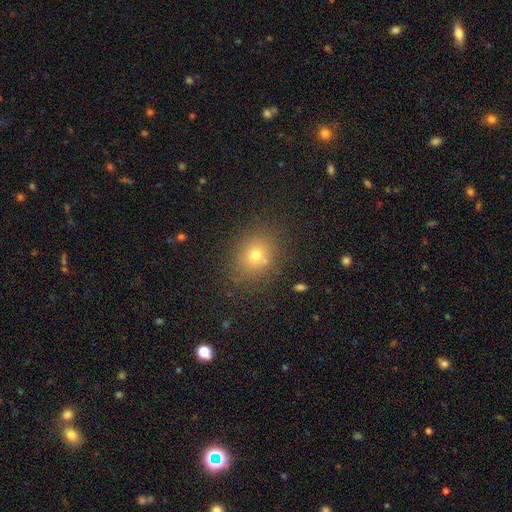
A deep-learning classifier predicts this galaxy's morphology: smooth_or_featured: smooth (p=0.71) [alt: star or artifact p=0.17]
how_rounded: round (p=0.66) [alt: in between p=0.33]
merging: none (p=0.82) [alt: minor disturbance p=0.10]